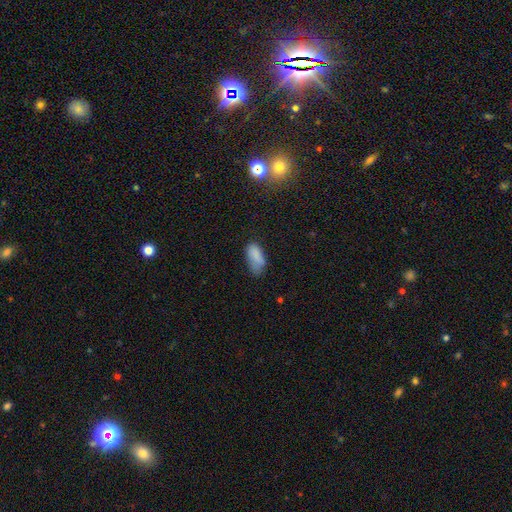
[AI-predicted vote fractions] The model was most divided on "merging": none: 48%, minor disturbance: 36%, major disturbance: 14%, merger: 3%. More confident: how rounded — in between (90%); smooth or featured — smooth (82%).